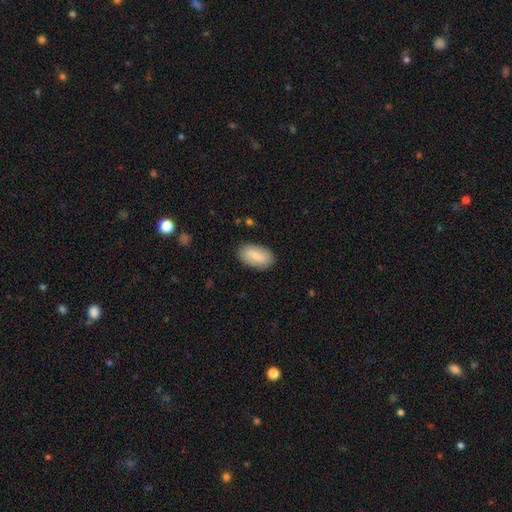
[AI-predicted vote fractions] smooth 85%, featured or disk 9%, star or artifact 6%. Down the decision tree: how rounded — in between (94%); merging — none (86%).